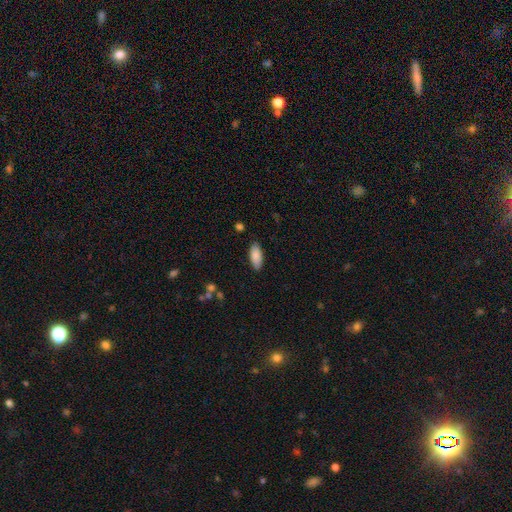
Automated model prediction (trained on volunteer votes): smooth 87%, featured or disk 7%, star or artifact 6%. Down the decision tree: how rounded — in between (86%); merging — none (85%).